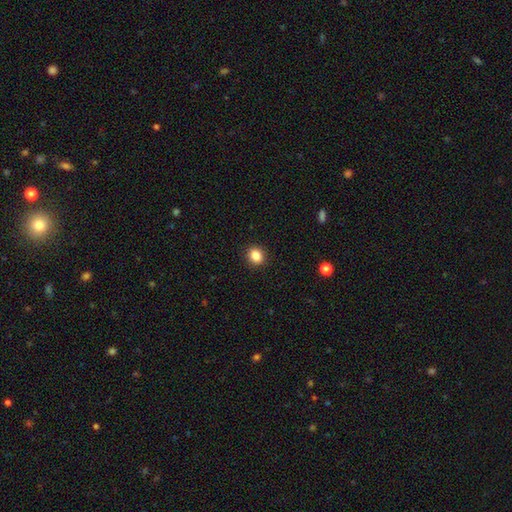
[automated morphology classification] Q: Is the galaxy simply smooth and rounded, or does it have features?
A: smooth — 86%.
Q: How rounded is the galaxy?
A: round — 67%.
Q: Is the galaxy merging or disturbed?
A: none — 91%.